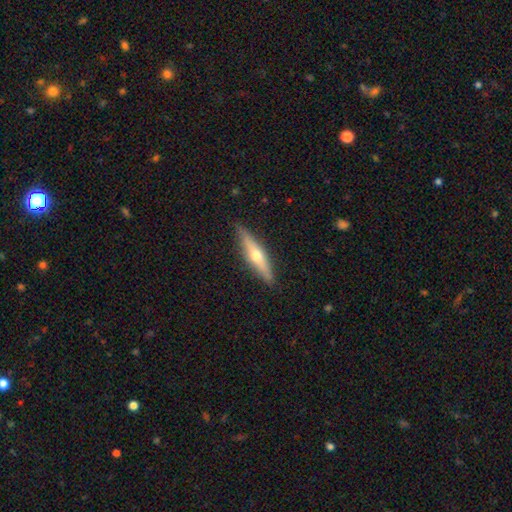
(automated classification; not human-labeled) Morphology: type=featured or disk (59%); edge-on=yes (93%); edge-on bulge=rounded (92%); merging=none (88%).